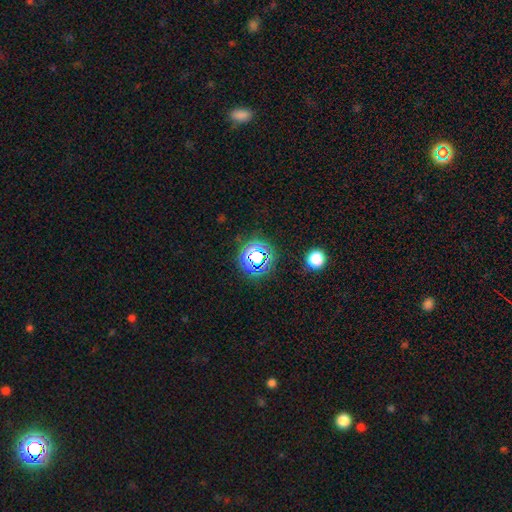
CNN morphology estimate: A star or artifact, not a galaxy (65%).